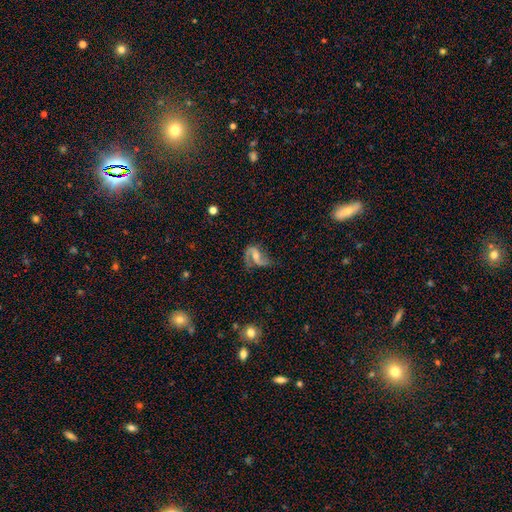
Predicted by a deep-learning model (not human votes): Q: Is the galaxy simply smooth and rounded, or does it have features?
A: featured or disk — 82%.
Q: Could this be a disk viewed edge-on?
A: no — 97%.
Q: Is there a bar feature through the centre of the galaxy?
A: weak — 46%.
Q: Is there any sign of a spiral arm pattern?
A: yes — 94%.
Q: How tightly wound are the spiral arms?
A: loose — 57%.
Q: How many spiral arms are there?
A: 2 — 81%.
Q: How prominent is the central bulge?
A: moderate — 47%.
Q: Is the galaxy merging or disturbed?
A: none — 51%.